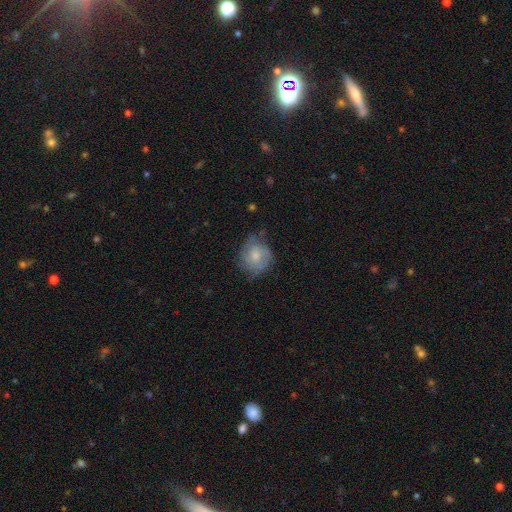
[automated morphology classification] Smooth or featured? smooth (48%)
Merging? none (57%)